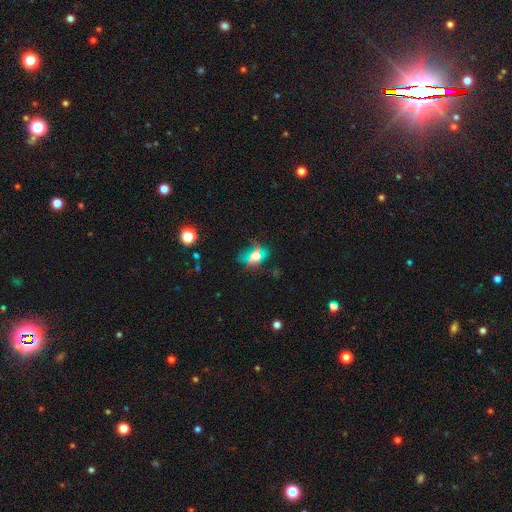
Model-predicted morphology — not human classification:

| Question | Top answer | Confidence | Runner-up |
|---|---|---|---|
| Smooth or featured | smooth | 47% | star or artifact (30%) |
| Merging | none | 47% | major disturbance (24%) |